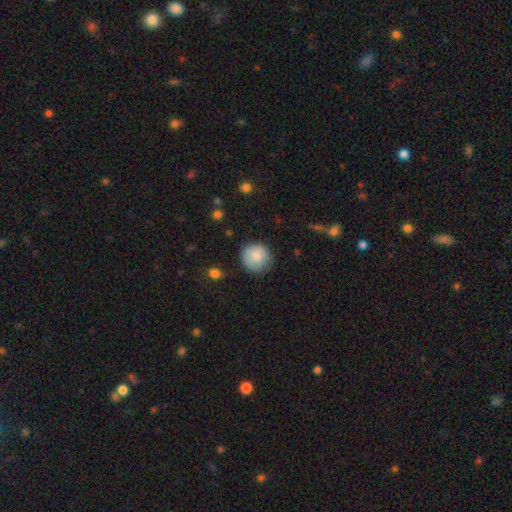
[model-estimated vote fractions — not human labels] Smooth or featured? smooth (84%)
How rounded? round (92%)
Merging? none (76%)